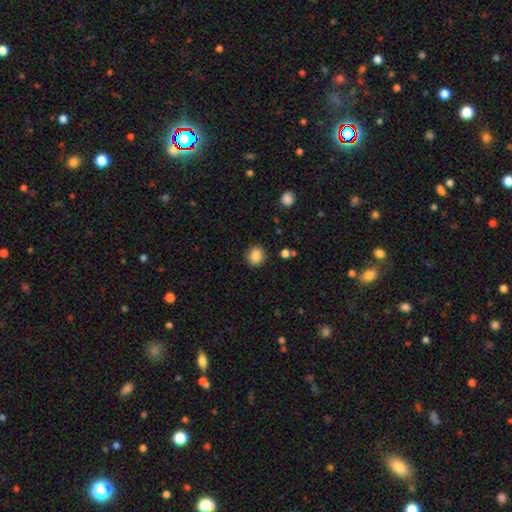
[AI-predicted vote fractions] smooth_or_featured: smooth (p=0.86) [alt: star or artifact p=0.09]
how_rounded: round (p=0.72) [alt: in between p=0.27]
merging: none (p=0.88) [alt: minor disturbance p=0.08]